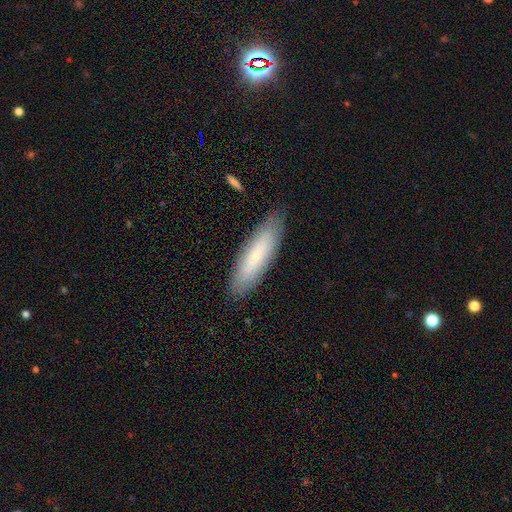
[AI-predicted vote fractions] Smooth or featured: smooth — 70% (featured or disk — 24%)
How rounded: cigar-shaped — 64% (in between — 34%)
Merging: none — 86% (minor disturbance — 10%)